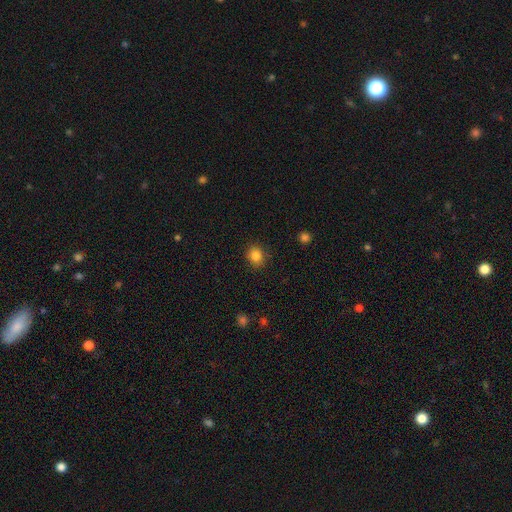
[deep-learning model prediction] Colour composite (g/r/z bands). It shows a smooth galaxy with no disk features (84%) that is round (75%). Merging: none (88%).